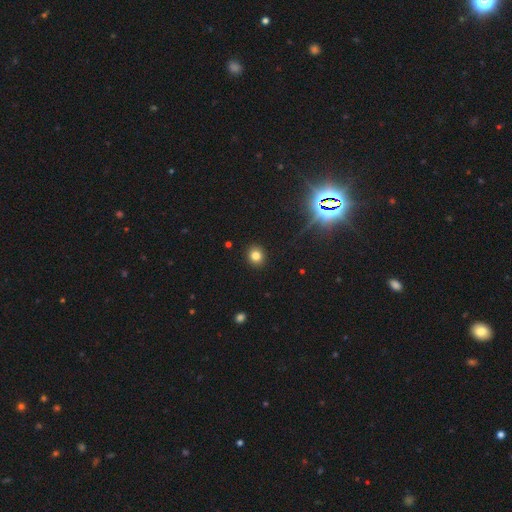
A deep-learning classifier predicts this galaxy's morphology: Smooth or featured? Predicted: smooth (p=0.80). How rounded? Predicted: round (p=0.85). Merging? Predicted: none (p=0.92).